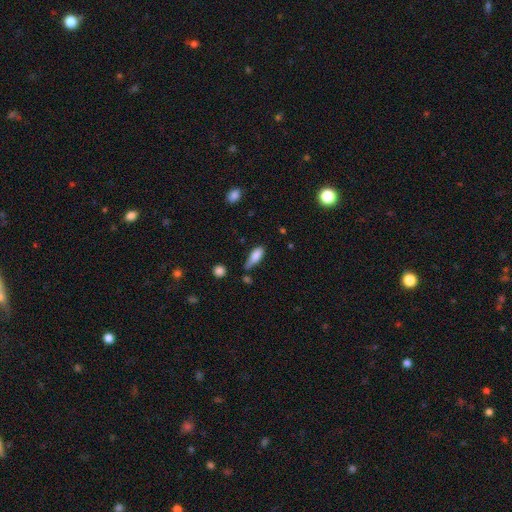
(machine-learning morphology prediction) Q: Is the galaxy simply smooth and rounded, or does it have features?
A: smooth — 81%.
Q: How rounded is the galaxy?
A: in between — 68%.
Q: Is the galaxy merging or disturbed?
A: none — 45%.